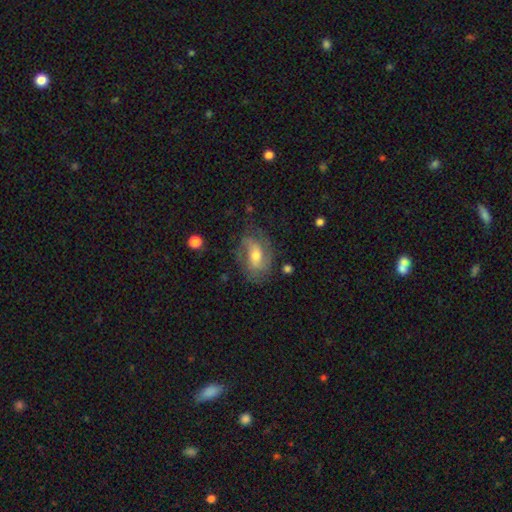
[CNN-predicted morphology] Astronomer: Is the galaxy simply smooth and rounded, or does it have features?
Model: featured or disk — 67%.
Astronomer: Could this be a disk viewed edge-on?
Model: no — 94%.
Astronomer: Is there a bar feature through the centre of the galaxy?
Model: weak — 41% (runner-up: no, 39%).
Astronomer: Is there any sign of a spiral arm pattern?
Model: yes — 83%.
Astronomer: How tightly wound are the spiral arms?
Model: medium — 43% (runner-up: tight, 29%).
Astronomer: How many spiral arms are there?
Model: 2 — 61%.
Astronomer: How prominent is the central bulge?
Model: moderate — 65%.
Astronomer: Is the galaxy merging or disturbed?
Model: none — 65%.